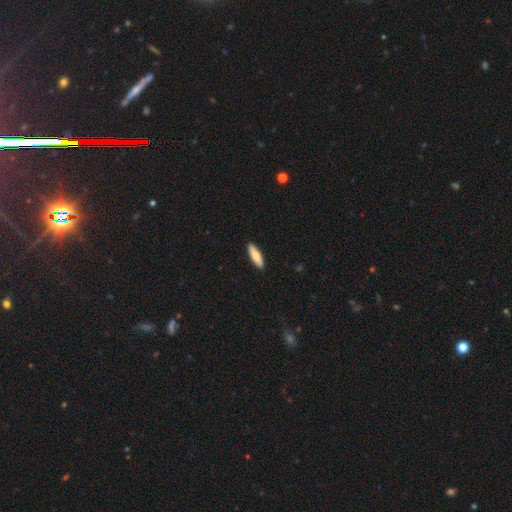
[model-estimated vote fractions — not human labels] Smooth or featured? smooth (71%)
How rounded? cigar-shaped (58%)
Merging? none (91%)